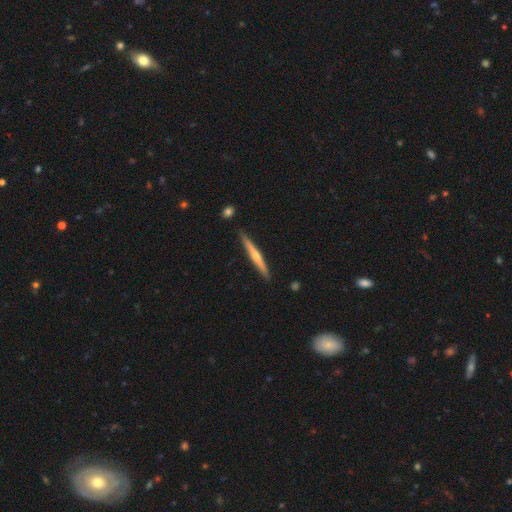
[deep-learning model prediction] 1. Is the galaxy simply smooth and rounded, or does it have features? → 68% featured or disk, 27% smooth, 6% star or artifact.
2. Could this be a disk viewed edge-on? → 98% yes, 2% no.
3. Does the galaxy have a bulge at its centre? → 77% rounded, 18% none, 5% boxy.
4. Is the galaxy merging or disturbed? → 90% none, 7% minor disturbance, 2% merger, 1% major disturbance.